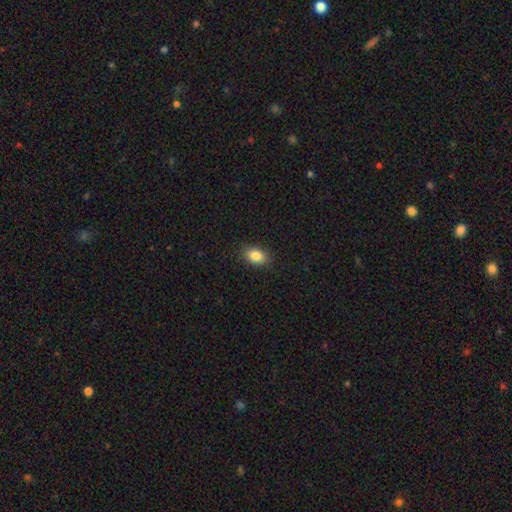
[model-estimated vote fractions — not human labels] Overall: smooth (86%). How rounded: in between (84%). Merging: none (87%).